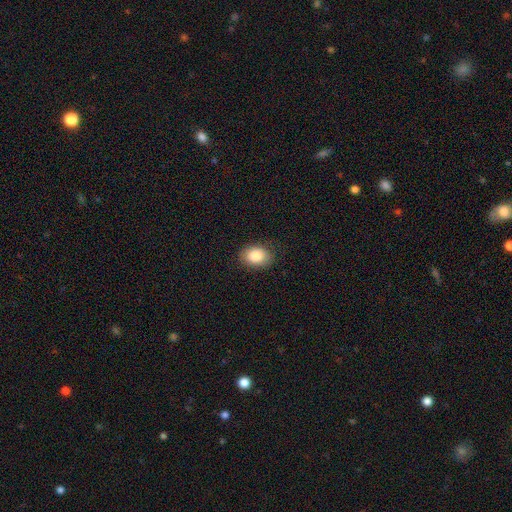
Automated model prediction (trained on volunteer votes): A smooth galaxy with no disk features (85%) that is in between round and cigar-shaped (74%).

Vote fractions:
- Smooth or featured? smooth: 85% / star or artifact: 8% / featured or disk: 7%
- How rounded? in between: 74% / round: 25% / cigar-shaped: 1%
- Merging? none: 84% / minor disturbance: 12% / major disturbance: 3% / merger: 1%